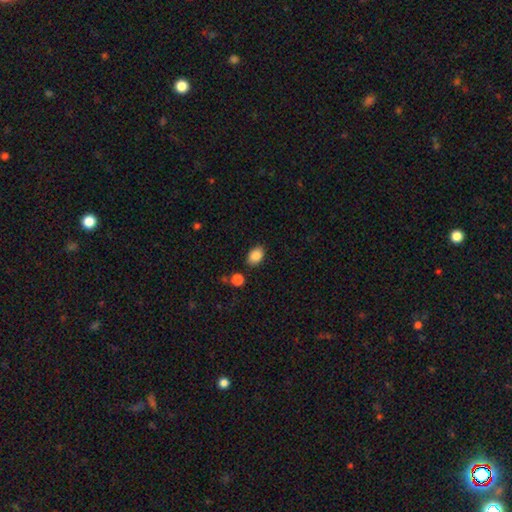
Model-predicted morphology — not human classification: Smooth or featured? smooth (87%)
How rounded? in between (82%)
Merging? none (84%)